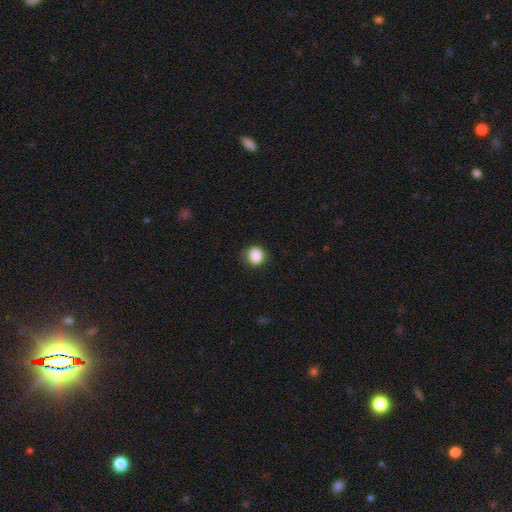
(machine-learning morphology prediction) type=smooth (88%); roundness=round (80%); merging=none (81%).